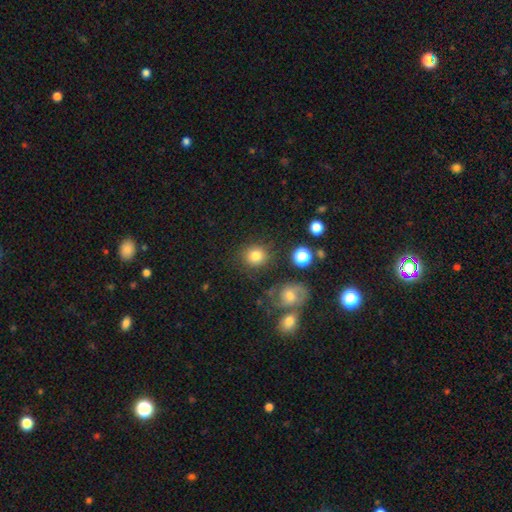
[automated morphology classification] Q: Smooth or featured?
A: smooth (80%); runner-up: star or artifact (12%)
Q: How rounded?
A: round (81%); runner-up: in between (18%)
Q: Merging?
A: none (79%); runner-up: minor disturbance (11%)